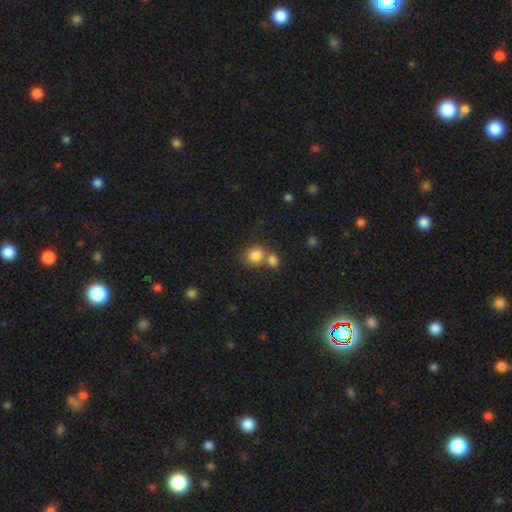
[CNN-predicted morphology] Smooth or featured? Predicted: smooth (p=0.83). How rounded? Predicted: round (p=0.80). Merging? Predicted: none (p=0.52).